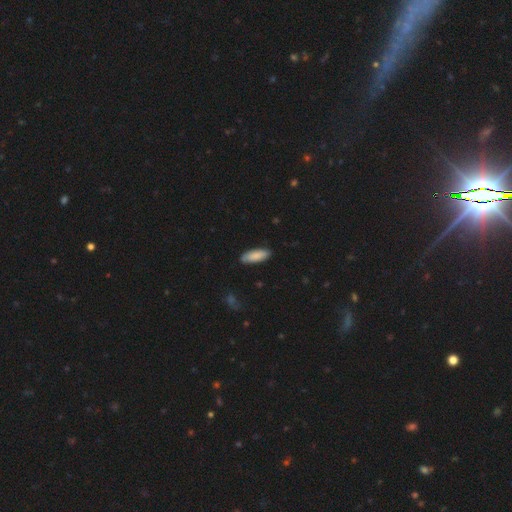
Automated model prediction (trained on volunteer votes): smooth 86%, featured or disk 8%, star or artifact 5%. Down the decision tree: how rounded — in between (70%); merging — none (86%).